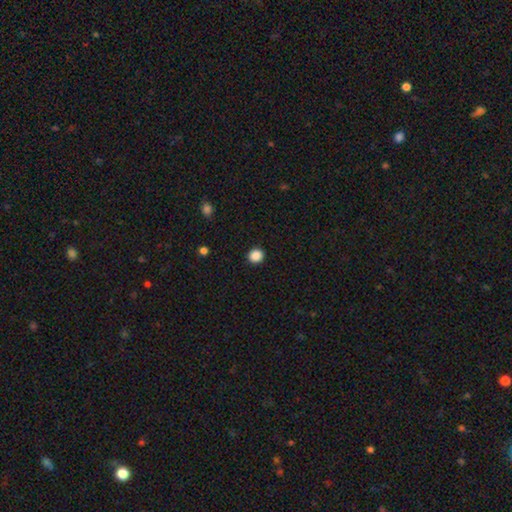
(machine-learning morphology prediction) A smooth galaxy with no disk features (88%) that is round (86%). Merging: none (92%).